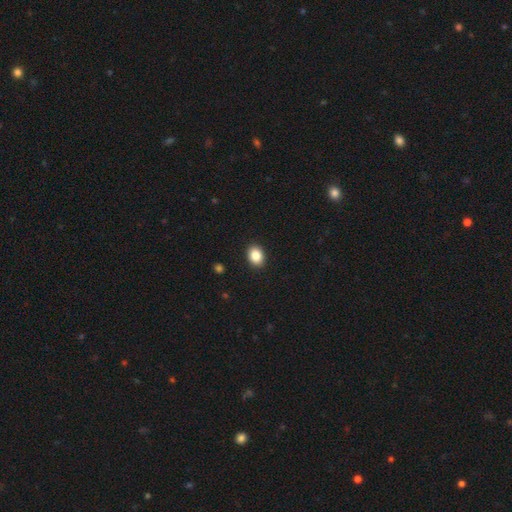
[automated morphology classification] Q: Smooth or featured?
A: smooth (87%); runner-up: star or artifact (9%)
Q: How rounded?
A: in between (63%); runner-up: round (36%)
Q: Merging?
A: none (91%); runner-up: minor disturbance (7%)